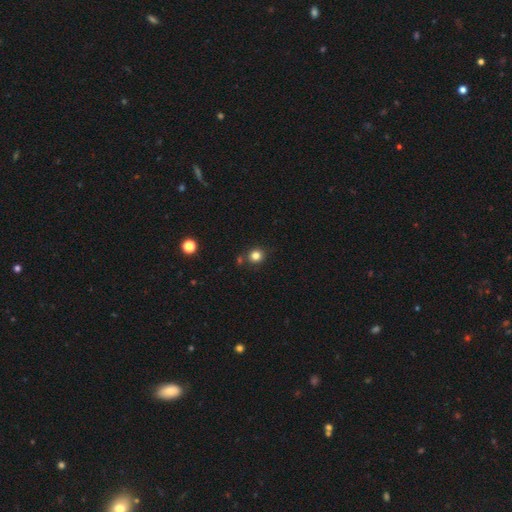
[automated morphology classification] smooth_or_featured: smooth (p=0.81) [alt: star or artifact p=0.13]
how_rounded: round (p=0.88) [alt: in between p=0.11]
merging: none (p=0.81) [alt: minor disturbance p=0.09]